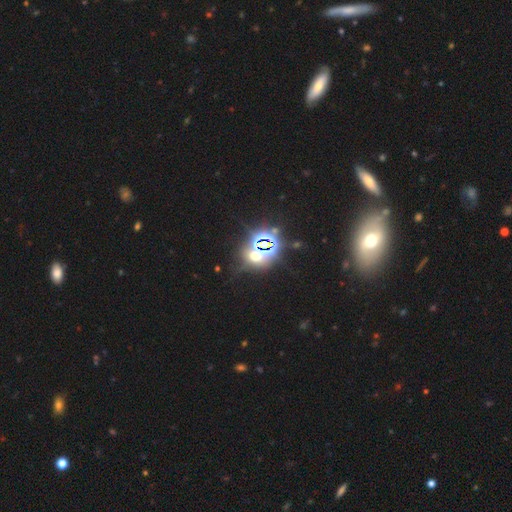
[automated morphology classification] Q: Smooth or featured?
A: star or artifact (66%); runner-up: smooth (24%)